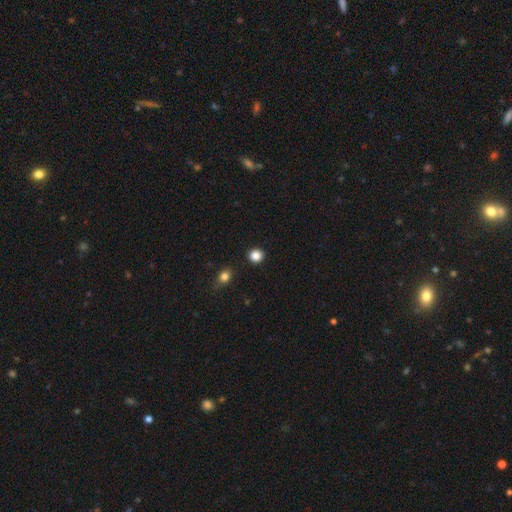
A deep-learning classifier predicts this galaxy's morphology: This is clearly a smooth galaxy (85%). How rounded: clearly round (85%). Merging: clearly none (91%).